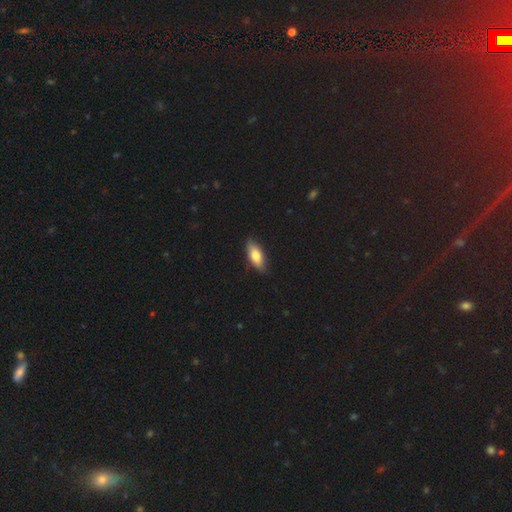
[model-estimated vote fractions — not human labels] The model was most divided on "how rounded": in between: 79%, cigar-shaped: 18%, round: 2%. More confident: merging — none (83%); smooth or featured — smooth (79%).